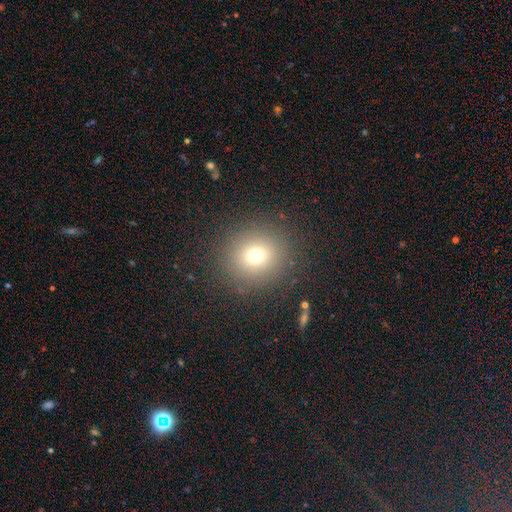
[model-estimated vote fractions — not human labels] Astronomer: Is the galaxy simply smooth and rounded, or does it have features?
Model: smooth — 71%.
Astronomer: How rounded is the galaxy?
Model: round — 89%.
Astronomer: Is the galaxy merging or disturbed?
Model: none — 88%.